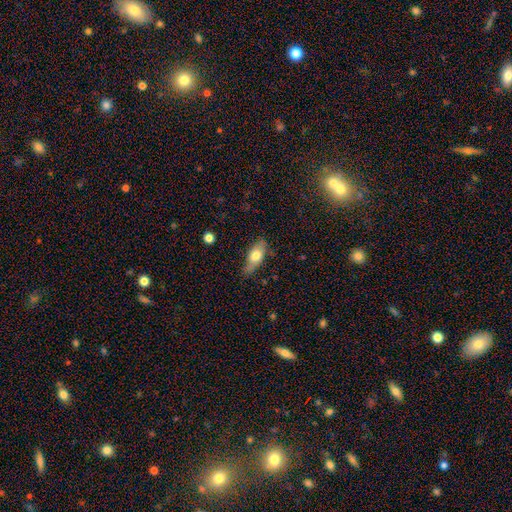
Smooth or featured: smooth — 65% (featured or disk — 30%)
How rounded: in between — 67% (cigar-shaped — 29%)
Merging: none — 66% (minor disturbance — 31%)